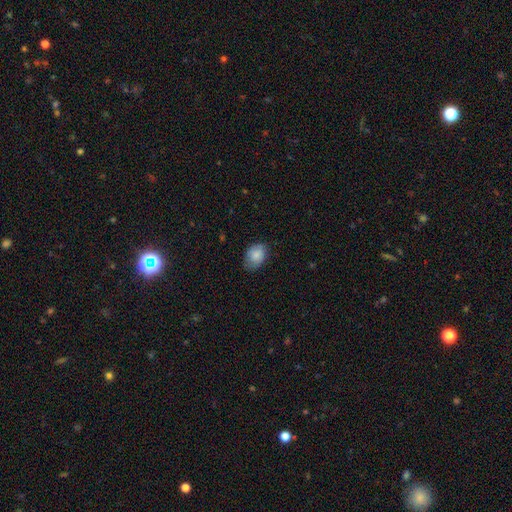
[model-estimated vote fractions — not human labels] Smooth or featured? Predicted: smooth (p=0.83). How rounded? Predicted: in between (p=0.71). Merging? Predicted: none (p=0.72).